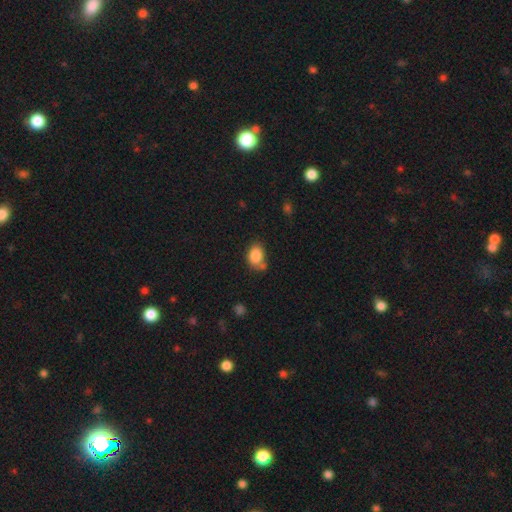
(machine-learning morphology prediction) type=smooth (85%); roundness=in between (72%); merging=none (57%).